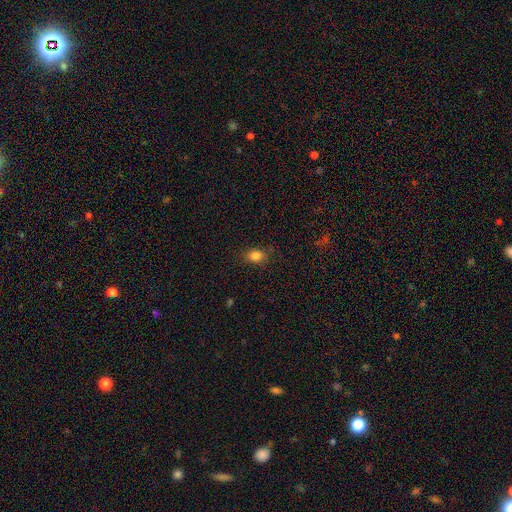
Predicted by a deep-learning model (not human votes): smooth 82%, star or artifact 12%, featured or disk 6%. Down the decision tree: how rounded — in between (61%); merging — none (82%).